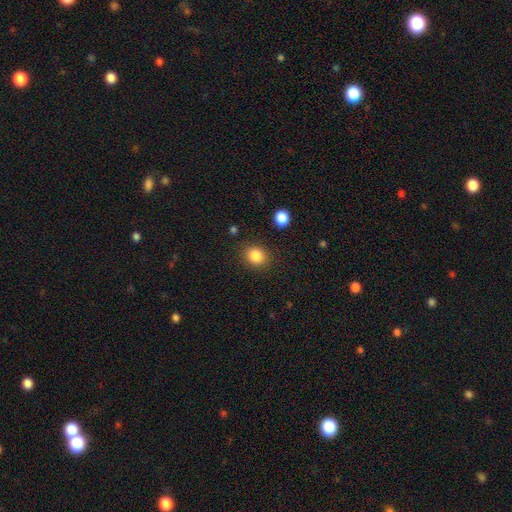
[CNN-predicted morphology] Smooth or featured? smooth (85%)
How rounded? round (75%)
Merging? none (86%)